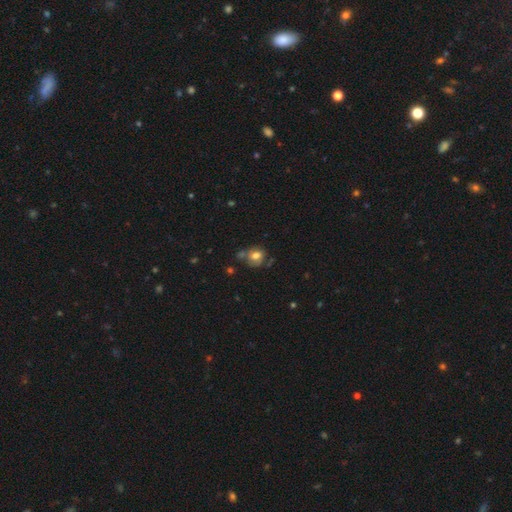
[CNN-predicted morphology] Smooth or featured? smooth (64%)
How rounded? round (55%)
Merging? none (45%)